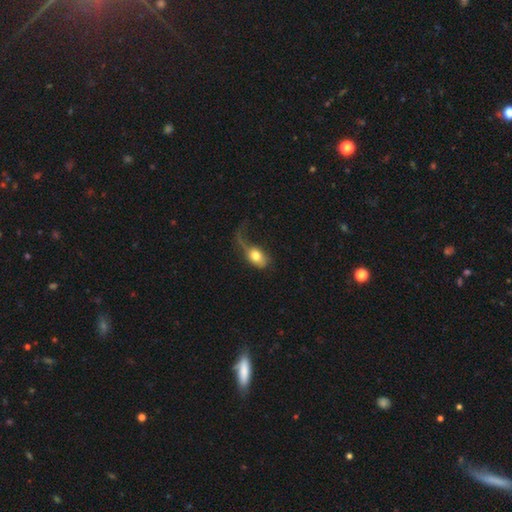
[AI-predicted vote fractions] This is likely a smooth galaxy (66%). How rounded: likely in between (73%). Merging: possibly major disturbance (59%).